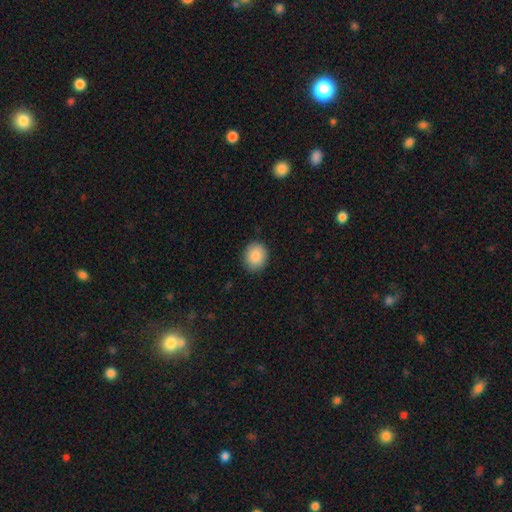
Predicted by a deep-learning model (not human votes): A smooth galaxy with no disk features (88%) that is round (70%). Merging: none (88%).